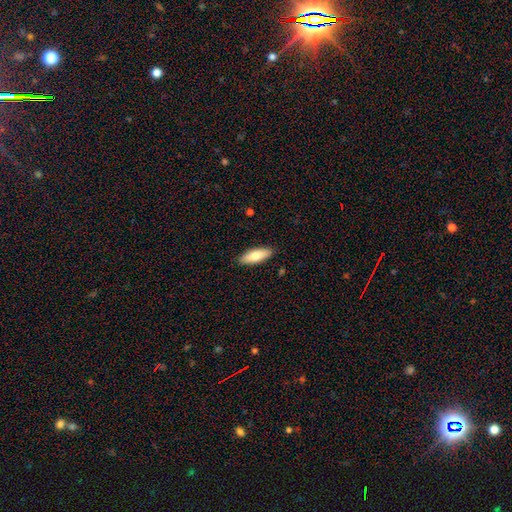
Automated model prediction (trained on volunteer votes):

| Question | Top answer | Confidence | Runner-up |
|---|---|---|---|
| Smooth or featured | smooth | 79% | featured or disk (16%) |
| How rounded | in between | 64% | cigar-shaped (34%) |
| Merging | none | 89% | minor disturbance (8%) |